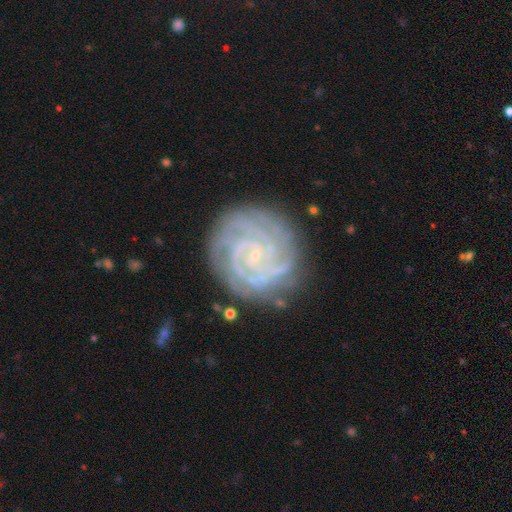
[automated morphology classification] The model was most divided on "spiral arm count": 3: 24%, 2: 22%, 4: 21%, can't tell: 15%, more than 4: 9%, 1: 7%. More confident: spiral arms — yes (98%); edge-on disk — no (98%); smooth or featured — featured or disk (89%); bulge size — small (85%); spiral winding — tight (85%); merging — none (81%); bar — no (62%).